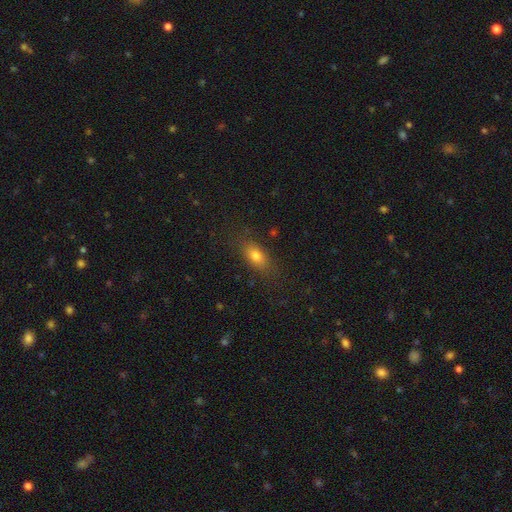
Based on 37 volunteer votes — smooth_or_featured: smooth (p=0.84) [alt: featured or disk p=0.14]
how_rounded: in between (p=0.84) [alt: cigar-shaped p=0.13]
merging: none (p=0.75) [alt: minor disturbance p=0.22]